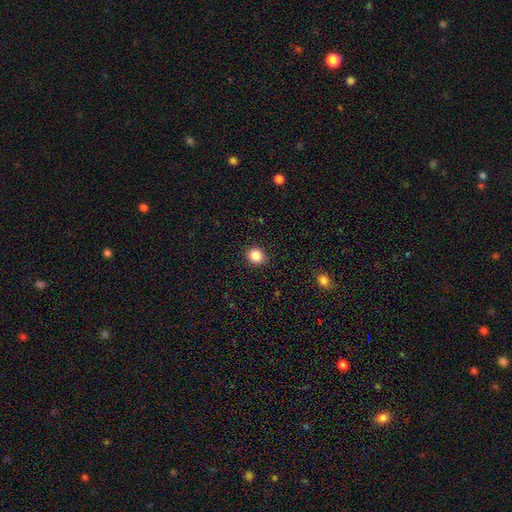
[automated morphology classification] Smooth or featured? smooth (85%)
How rounded? round (71%)
Merging? none (90%)